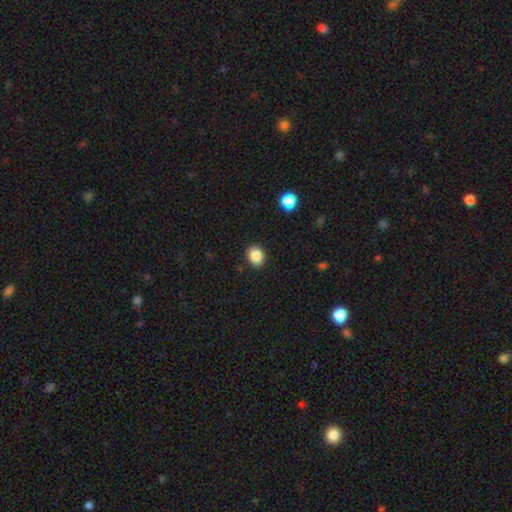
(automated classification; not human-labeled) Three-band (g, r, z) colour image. It shows a smooth galaxy with no disk features (87%) that is round (51%). Merging: none (89%).